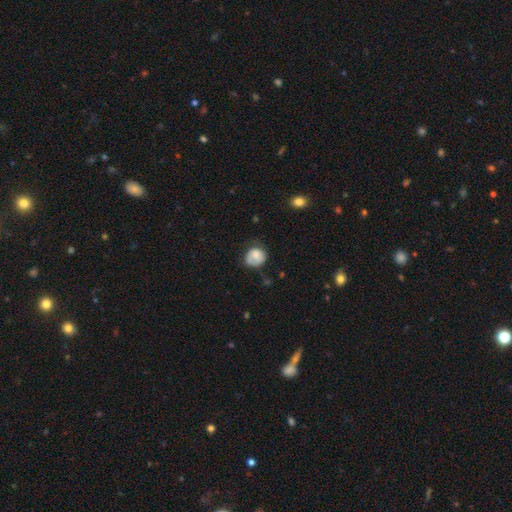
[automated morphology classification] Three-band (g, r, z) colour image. It shows a smooth galaxy with no disk features (75%) that is round (68%). Merging: none (47%).